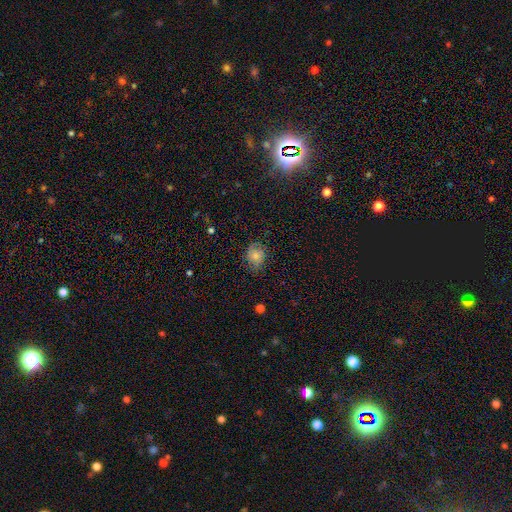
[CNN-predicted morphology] smooth 63%, featured or disk 26%, star or artifact 11%. Down the decision tree: how rounded — round (60%); merging — none (70%).